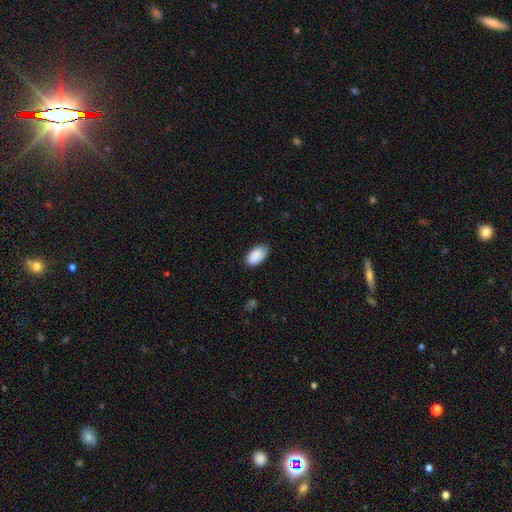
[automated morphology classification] This is clearly a smooth galaxy (90%). How rounded: clearly in between (95%). Merging: likely none (80%).